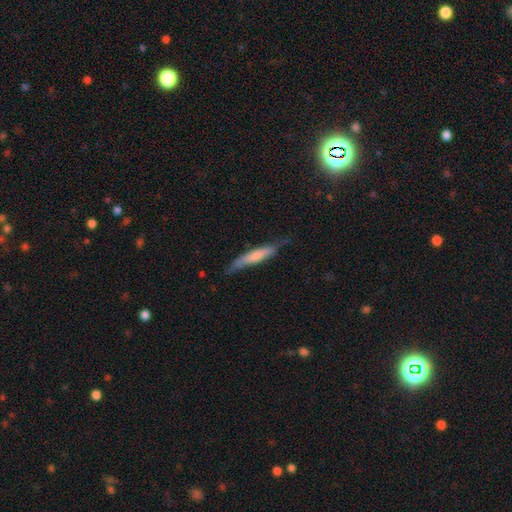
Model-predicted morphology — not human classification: This appears to be a smooth galaxy with no disk features (62%) that is cigar-shaped (90%). Merging: none (66%).